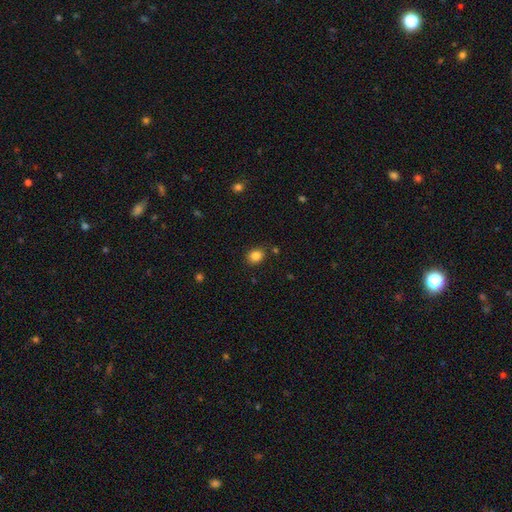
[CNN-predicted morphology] Smooth or featured? smooth (85%)
How rounded? round (58%)
Merging? none (84%)